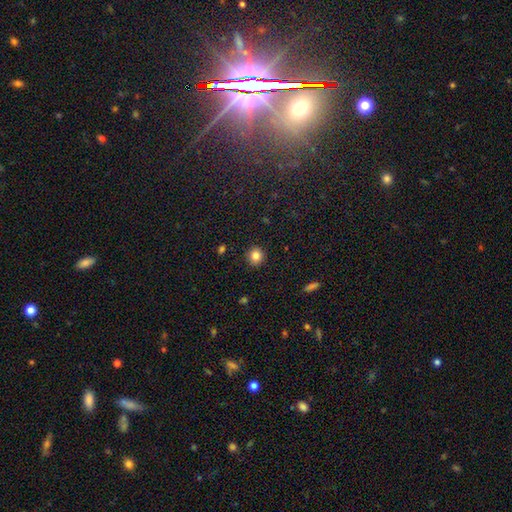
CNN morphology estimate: smooth-or-featured: smooth: 83% | star or artifact: 11% | featured or disk: 6%
  how-rounded: round: 91% | in between: 8% | cigar-shaped: 1%
  merging: none: 91% | minor disturbance: 6% | major disturbance: 2% | merger: 1%